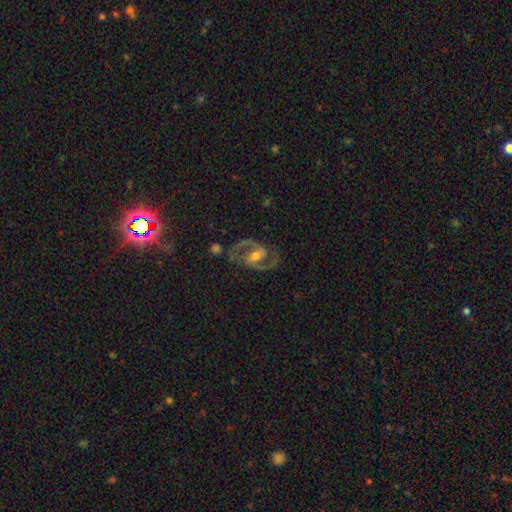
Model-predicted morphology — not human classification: This is clearly a featured or disk galaxy (90%). It is clearly not viewed edge-on (97%). Bar: marginally weak (43%). Spiral arm pattern: clearly yes (97%). Spiral arm count: clearly 2 (93%). Spiral winding: likely medium (64%). Central bulge: possibly moderate (59%). Merging: likely none (78%).